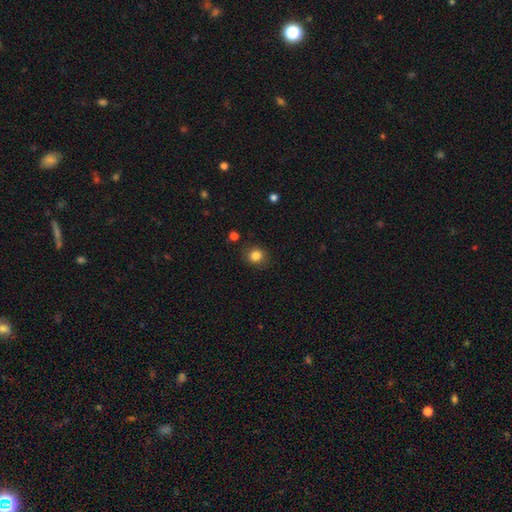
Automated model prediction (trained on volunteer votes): Smooth or featured? smooth (84%)
How rounded? round (79%)
Merging? none (85%)